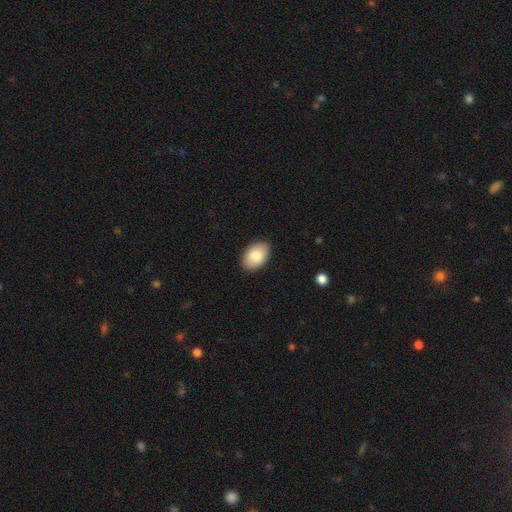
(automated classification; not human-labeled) Smooth or featured? smooth (84%)
How rounded? in between (89%)
Merging? none (90%)